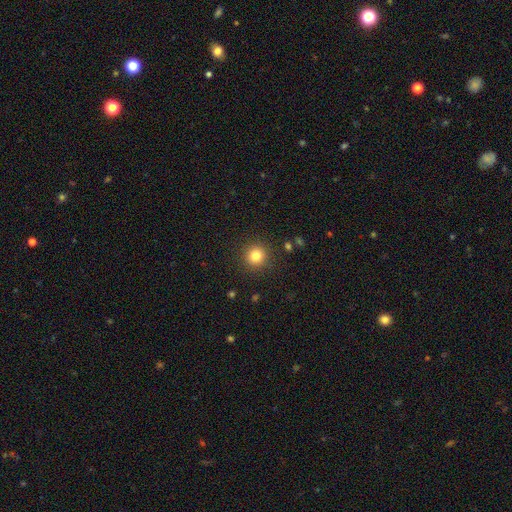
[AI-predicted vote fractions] The model was most divided on "smooth or featured": smooth: 81%, star or artifact: 12%, featured or disk: 6%. More confident: how rounded — round (93%); merging — none (91%).